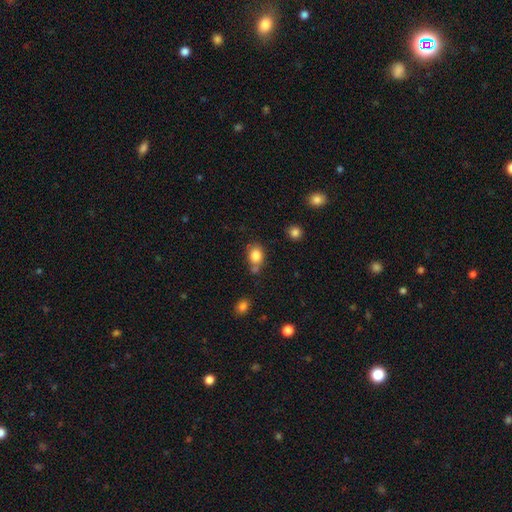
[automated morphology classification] Smooth or featured?
  - smooth: 83% *
  - star or artifact: 10%
  - featured or disk: 7%
How rounded?
  - in between: 50% *
  - round: 49%
  - cigar-shaped: 1%
Merging?
  - none: 60% *
  - merger: 19%
  - minor disturbance: 16%
  - major disturbance: 5%